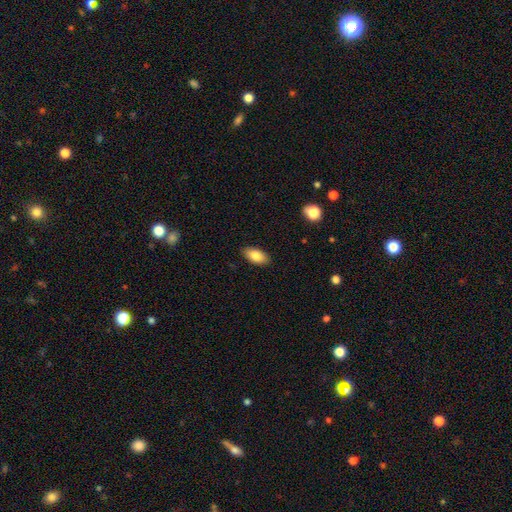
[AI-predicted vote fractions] Smooth or featured? Predicted: smooth (p=0.83). How rounded? Predicted: in between (p=0.92). Merging? Predicted: none (p=0.88).